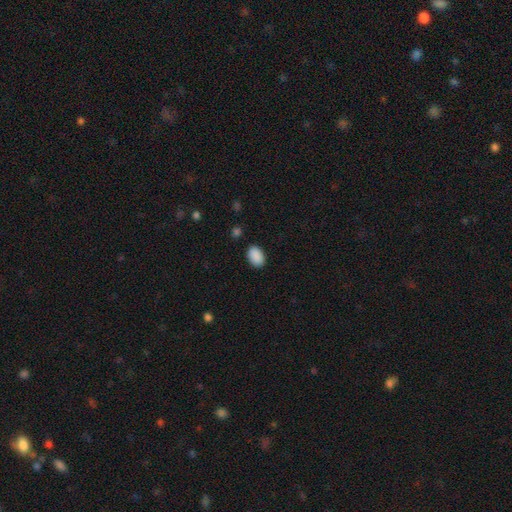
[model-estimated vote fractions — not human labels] Smooth or featured?
  - smooth: 90% *
  - star or artifact: 7%
  - featured or disk: 3%
How rounded?
  - in between: 87% *
  - round: 12%
  - cigar-shaped: 1%
Merging?
  - none: 88% *
  - minor disturbance: 9%
  - major disturbance: 2%
  - merger: 1%